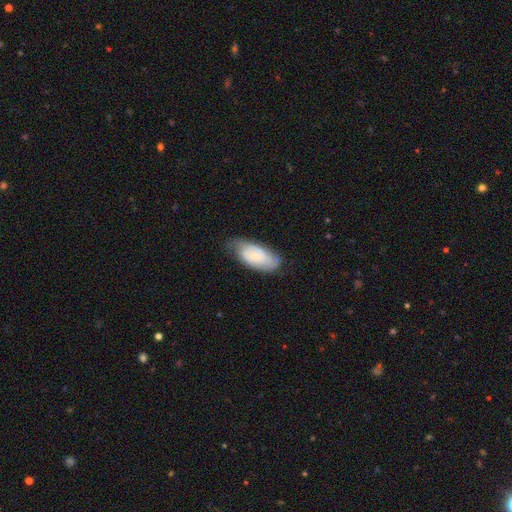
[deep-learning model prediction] Q: Smooth or featured?
A: featured or disk (54%); runner-up: smooth (39%)
Q: Edge-on disk?
A: no (93%); runner-up: yes (7%)
Q: Bar?
A: no (72%); runner-up: weak (24%)
Q: Spiral arms?
A: yes (83%); runner-up: no (17%)
Q: Bulge size?
A: small (70%); runner-up: moderate (20%)
Q: Merging?
A: none (61%); runner-up: minor disturbance (29%)